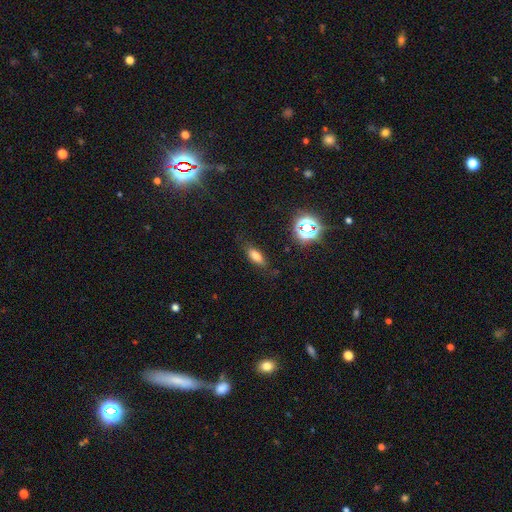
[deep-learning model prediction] Smooth or featured? Predicted: smooth (p=0.72). How rounded? Predicted: in between (p=0.73). Merging? Predicted: none (p=0.78).